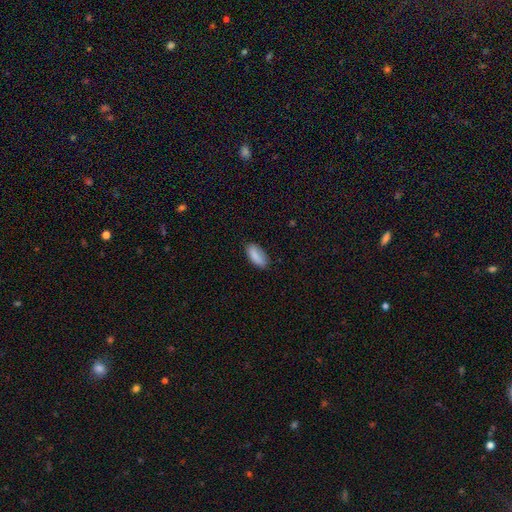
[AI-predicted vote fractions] Q: Smooth or featured?
A: smooth (85%); runner-up: featured or disk (8%)
Q: How rounded?
A: in between (87%); runner-up: cigar-shaped (11%)
Q: Merging?
A: none (79%); runner-up: minor disturbance (16%)